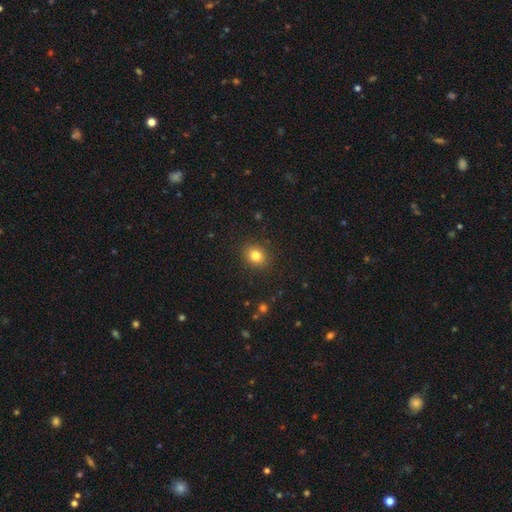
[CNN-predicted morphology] Smooth or featured: smooth — 82% (star or artifact — 11%)
How rounded: round — 63% (in between — 36%)
Merging: none — 89% (minor disturbance — 8%)